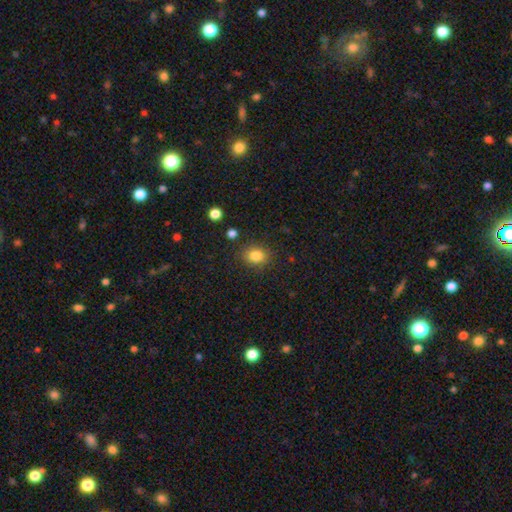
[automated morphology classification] smooth_or_featured: smooth (p=0.84) [alt: star or artifact p=0.11]
how_rounded: round (p=0.50) [alt: in between p=0.49]
merging: none (p=0.83) [alt: minor disturbance p=0.11]